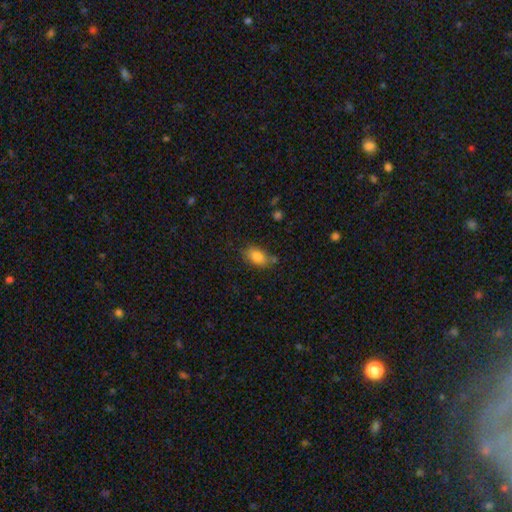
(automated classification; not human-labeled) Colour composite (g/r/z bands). It shows a smooth galaxy with no disk features (82%) that is in between round and cigar-shaped (86%). Merging: none (67%).